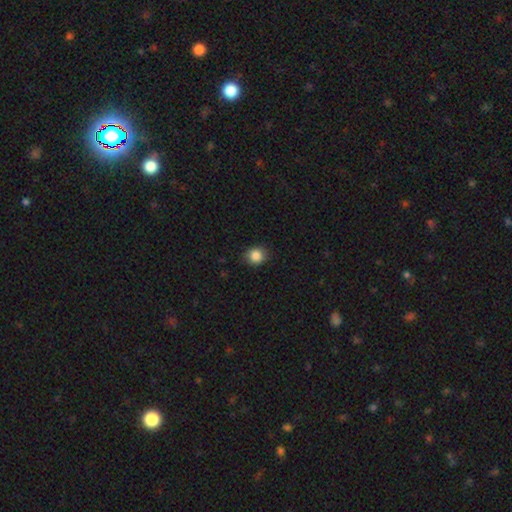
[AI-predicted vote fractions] Smooth or featured?
  - smooth: 86% *
  - star or artifact: 10%
  - featured or disk: 4%
How rounded?
  - round: 76% *
  - in between: 23%
  - cigar-shaped: 1%
Merging?
  - none: 86% *
  - minor disturbance: 11%
  - major disturbance: 2%
  - merger: 1%